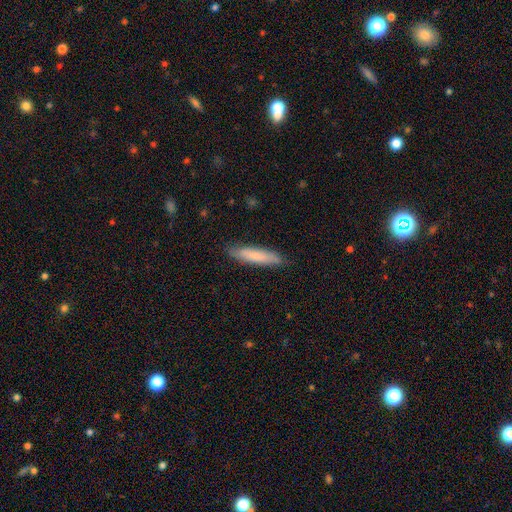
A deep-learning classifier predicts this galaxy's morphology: Q: Smooth or featured?
A: smooth (76%); runner-up: featured or disk (19%)
Q: How rounded?
A: cigar-shaped (85%); runner-up: in between (14%)
Q: Merging?
A: none (86%); runner-up: minor disturbance (11%)